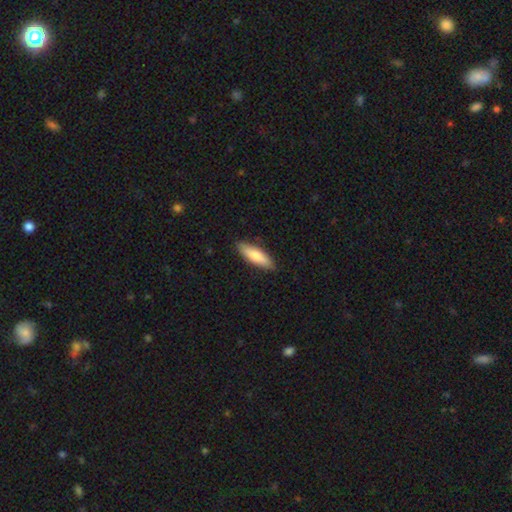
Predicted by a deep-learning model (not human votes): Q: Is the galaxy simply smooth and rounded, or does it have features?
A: smooth — 78%.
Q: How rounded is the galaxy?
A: cigar-shaped — 54%.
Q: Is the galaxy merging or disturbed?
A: none — 87%.